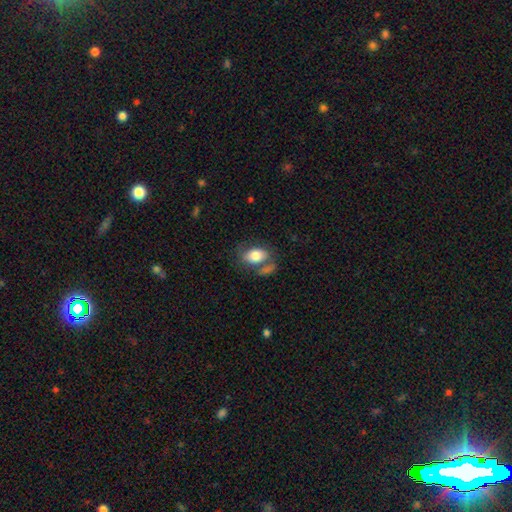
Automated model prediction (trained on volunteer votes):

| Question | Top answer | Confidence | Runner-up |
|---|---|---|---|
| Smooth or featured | smooth | 76% | featured or disk (17%) |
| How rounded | in between | 83% | round (16%) |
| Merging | none | 51% | merger (22%) |